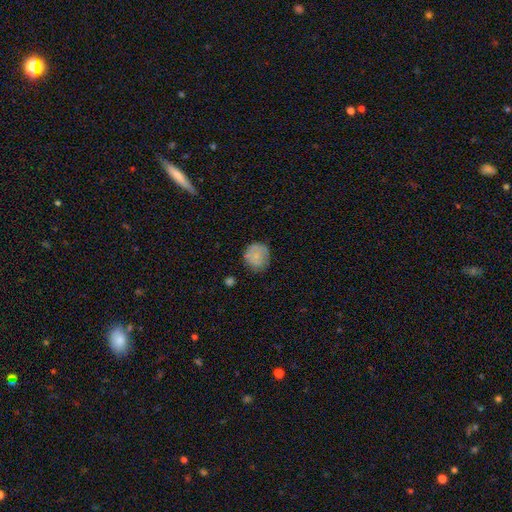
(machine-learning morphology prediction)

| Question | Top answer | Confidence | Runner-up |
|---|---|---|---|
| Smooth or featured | smooth | 74% | featured or disk (18%) |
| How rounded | round | 80% | in between (19%) |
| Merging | none | 73% | minor disturbance (20%) |